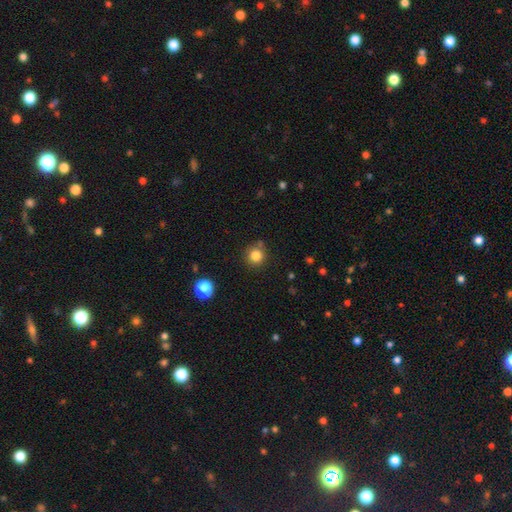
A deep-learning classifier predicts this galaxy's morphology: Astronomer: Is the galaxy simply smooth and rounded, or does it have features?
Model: smooth — 83%.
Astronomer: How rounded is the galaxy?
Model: round — 93%.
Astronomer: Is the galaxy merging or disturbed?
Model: none — 80%.